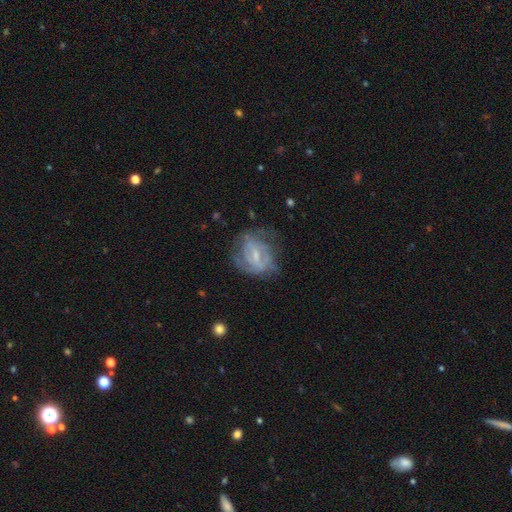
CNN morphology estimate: Overall: featured or disk (72%). Edge-on disk: no (96%). Bar: weak (52%; strong 25%). Spiral arms: yes (73%). Spiral arm count: can't tell (45%; 2 32%). Spiral winding: tight (48%; medium 37%). Bulge size: small (53%; moderate 28%). Merging: none (56%; minor disturbance 24%).